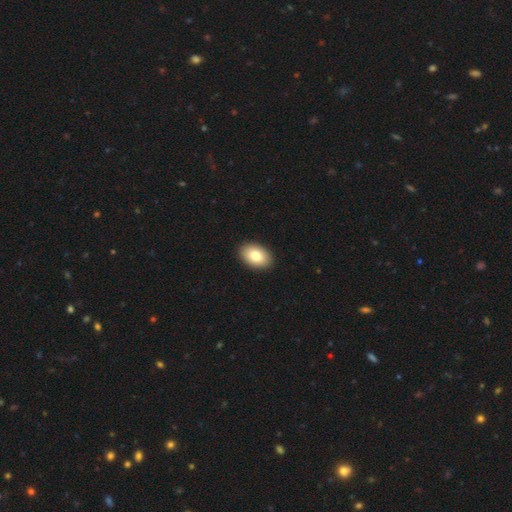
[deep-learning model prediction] smooth 82%, featured or disk 11%, star or artifact 7%. Down the decision tree: how rounded — in between (88%); merging — none (91%).